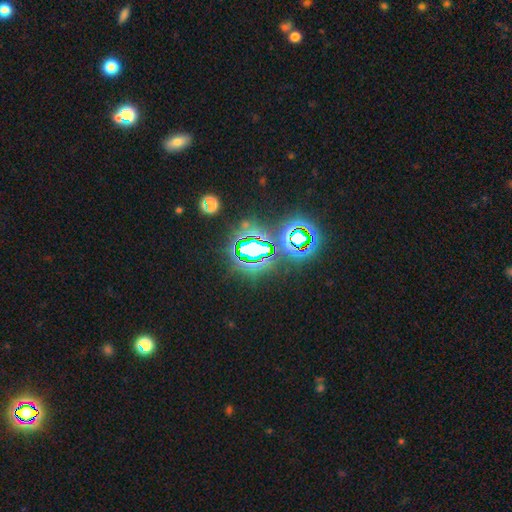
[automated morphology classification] Smooth or featured: star or artifact — 78% (smooth — 13%)